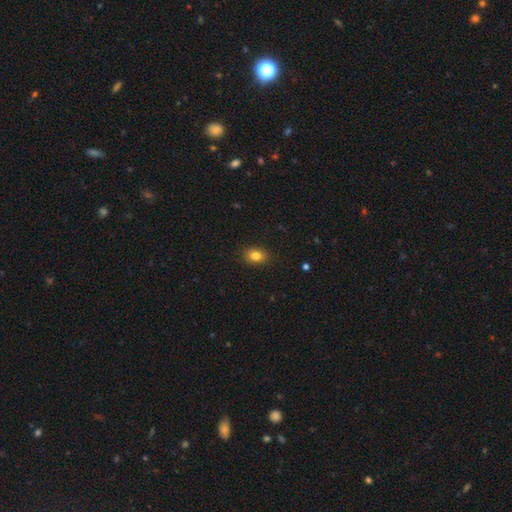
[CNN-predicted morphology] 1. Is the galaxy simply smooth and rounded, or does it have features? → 82% smooth, 11% star or artifact, 7% featured or disk.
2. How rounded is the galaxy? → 68% in between, 31% round, 1% cigar-shaped.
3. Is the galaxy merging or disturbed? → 89% none, 8% minor disturbance, 2% major disturbance, 1% merger.